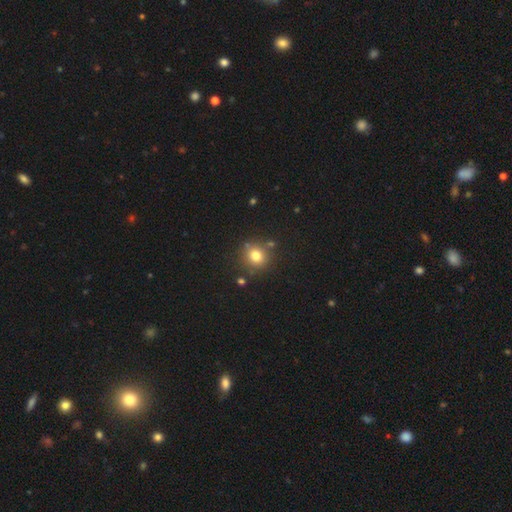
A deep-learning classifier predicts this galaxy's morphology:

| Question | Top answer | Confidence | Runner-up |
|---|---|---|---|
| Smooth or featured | smooth | 77% | star or artifact (15%) |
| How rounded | round | 89% | in between (10%) |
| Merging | none | 81% | minor disturbance (9%) |